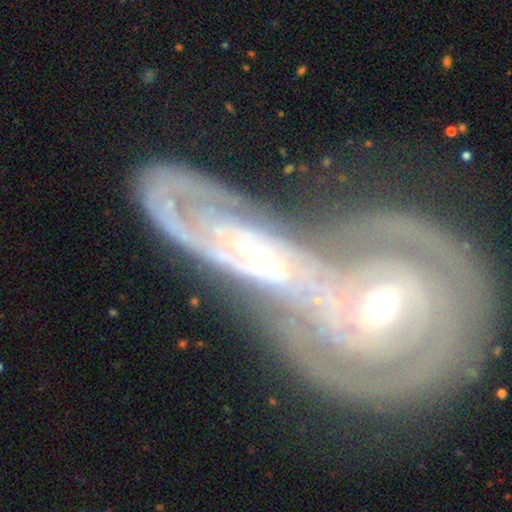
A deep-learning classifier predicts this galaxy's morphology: smooth-or-featured: featured or disk: 86% | smooth: 9% | star or artifact: 5%
  disk-edge-on: no: 91% | yes: 9%
    bar: no: 49% | weak: 33% | strong: 18%
    has-spiral-arms: yes: 92% | no: 8%
      spiral-winding: tight: 74% | medium: 21% | loose: 5%
      spiral-arm-count: can't tell: 38% | 2: 34% | 3: 12% | 1: 6% | 4: 5% | more than 4: 5%
    bulge-size: small: 58% | moderate: 37% | large: 2% | none: 2% | dominant: 1%
  merging: merger: 74% | none: 16% | minor disturbance: 6% | major disturbance: 4%